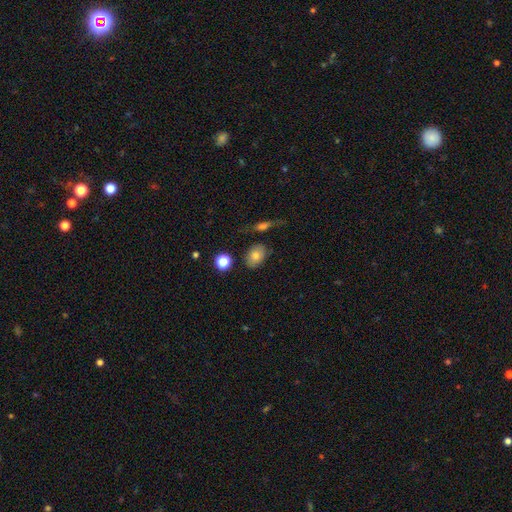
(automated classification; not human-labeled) This appears to be a smooth galaxy with no disk features (78%) that is in between round and cigar-shaped (71%). Merging: none (69%).